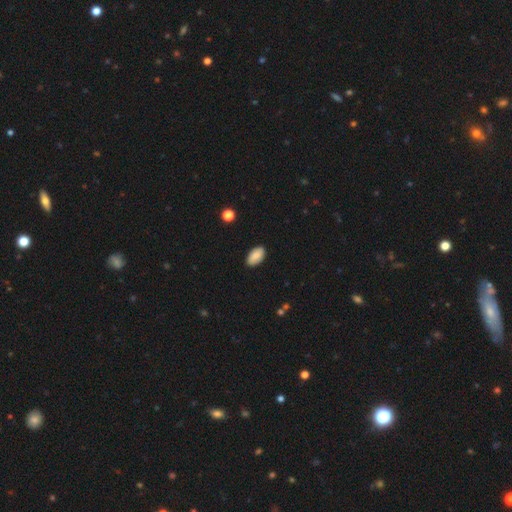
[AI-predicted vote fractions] Smooth or featured?
  - smooth: 88% *
  - star or artifact: 7%
  - featured or disk: 5%
How rounded?
  - in between: 95% *
  - round: 3%
  - cigar-shaped: 2%
Merging?
  - none: 88% *
  - minor disturbance: 9%
  - major disturbance: 2%
  - merger: 1%